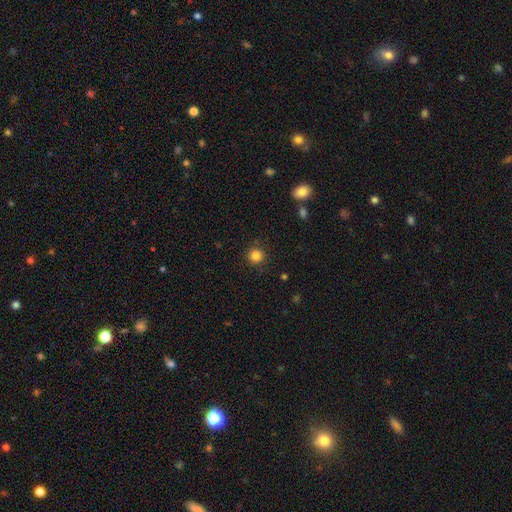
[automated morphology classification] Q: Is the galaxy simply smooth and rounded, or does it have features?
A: smooth — 83%.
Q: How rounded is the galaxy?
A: round — 94%.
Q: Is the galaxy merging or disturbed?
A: none — 90%.